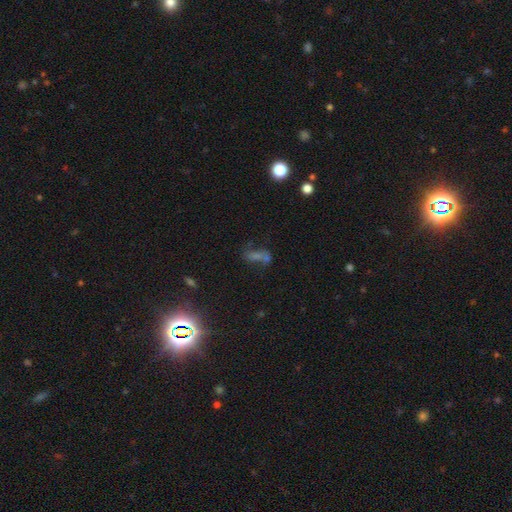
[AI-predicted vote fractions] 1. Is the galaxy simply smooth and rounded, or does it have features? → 39% star or artifact (tied), 39% smooth (tied), 22% featured or disk.